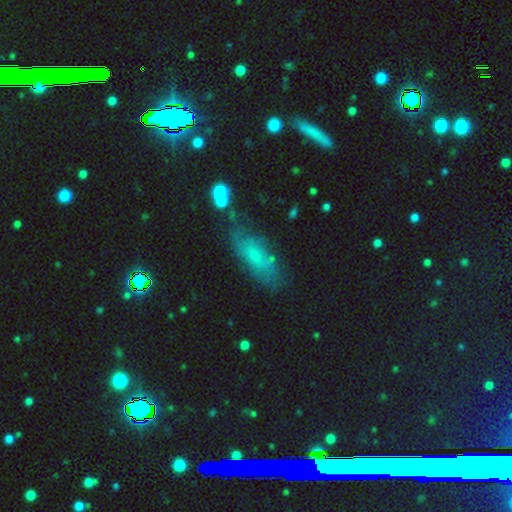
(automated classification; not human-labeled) This appears to be a smooth galaxy with no disk features (55%) that is in between round and cigar-shaped (72%). Merging: none (62%).